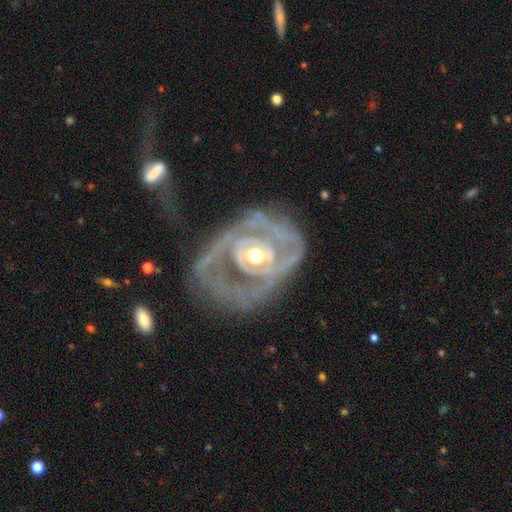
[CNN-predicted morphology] The model was most divided on "merging": none: 40%, major disturbance: 35%, minor disturbance: 22%, merger: 4%. Remaining: edge-on disk — no (97%); smooth or featured — featured or disk (89%); spiral arms — yes (86%); bulge size — moderate (74%); bar — no (62%); spiral winding — tight (59%); spiral arm count — 2 (39%).